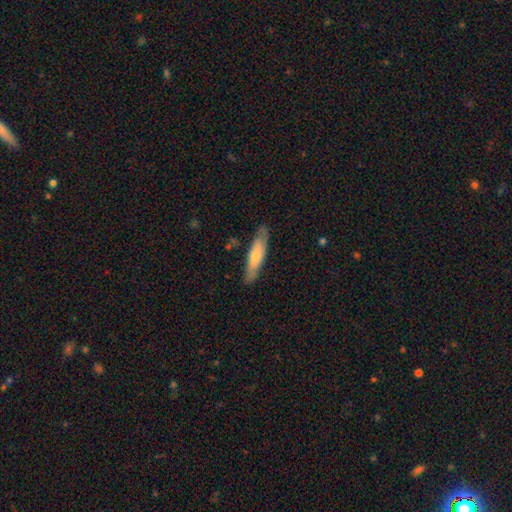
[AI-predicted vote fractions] smooth_or_featured: smooth (p=0.65) [alt: featured or disk p=0.30]
how_rounded: cigar-shaped (p=0.72) [alt: in between p=0.26]
merging: none (p=0.83) [alt: minor disturbance p=0.13]